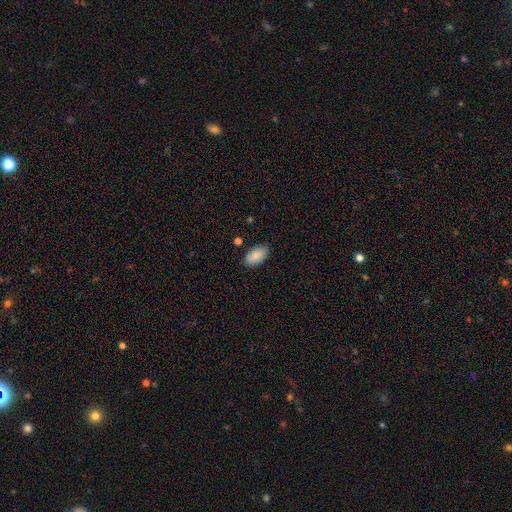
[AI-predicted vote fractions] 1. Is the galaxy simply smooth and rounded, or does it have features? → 87% smooth, 7% star or artifact, 6% featured or disk.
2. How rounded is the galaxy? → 95% in between, 3% round, 2% cigar-shaped.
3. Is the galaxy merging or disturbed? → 85% none, 11% minor disturbance, 2% major disturbance, 2% merger.